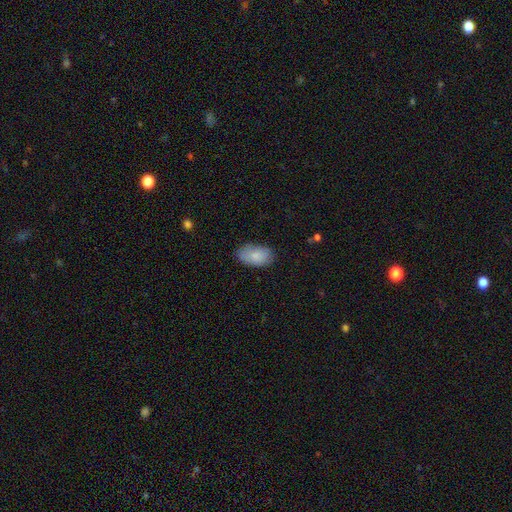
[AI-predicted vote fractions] This is clearly a smooth galaxy (84%). How rounded: clearly in between (94%). Merging: likely none (79%).